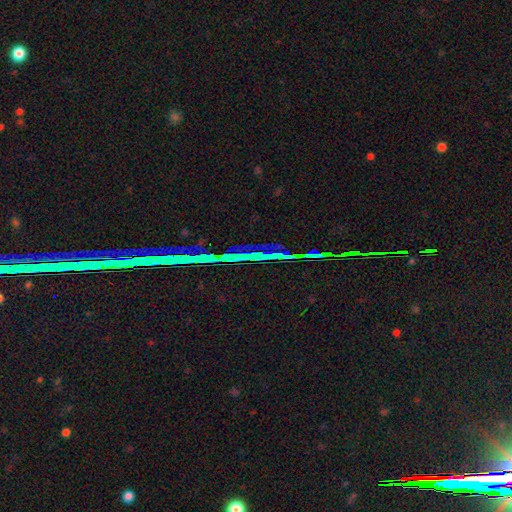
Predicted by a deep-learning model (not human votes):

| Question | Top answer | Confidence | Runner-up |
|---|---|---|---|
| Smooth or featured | star or artifact | 85% | featured or disk (8%) |